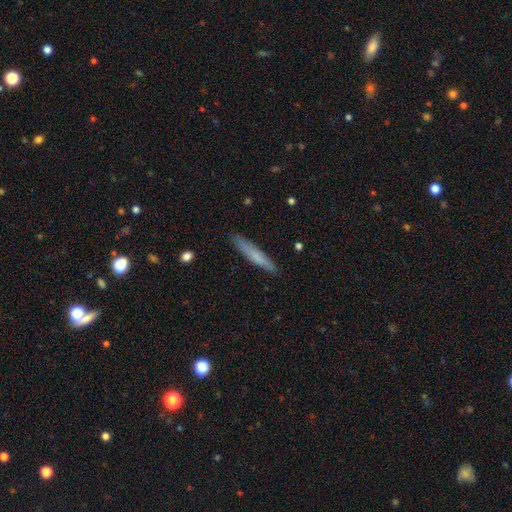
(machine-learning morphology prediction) Smooth or featured: smooth — 69% (featured or disk — 25%)
How rounded: cigar-shaped — 94% (in between — 5%)
Merging: none — 89% (minor disturbance — 8%)